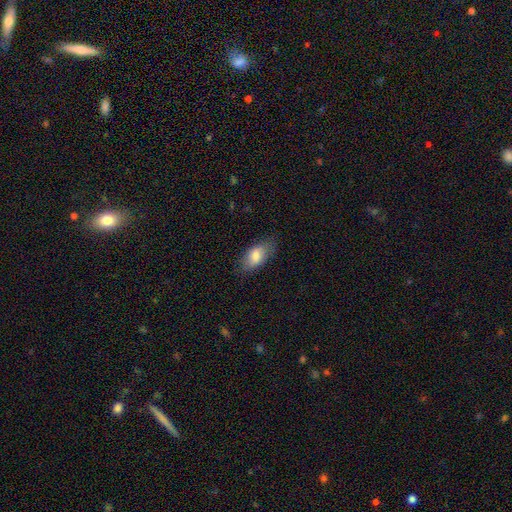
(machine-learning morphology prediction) smooth 80%, featured or disk 13%, star or artifact 6%. Down the decision tree: how rounded — in between (90%); merging — none (76%).